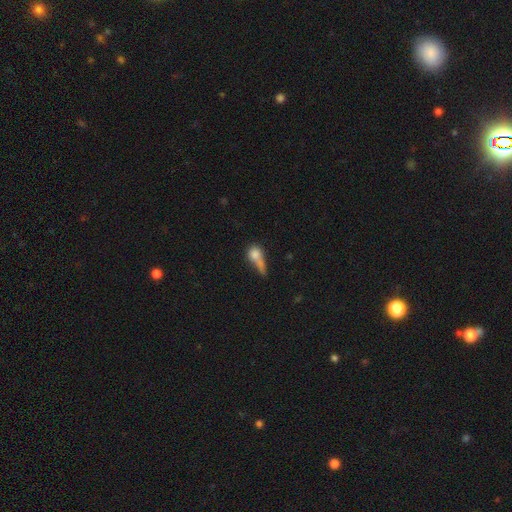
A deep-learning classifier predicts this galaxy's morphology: smooth 71%, featured or disk 18%, star or artifact 11%. Down the decision tree: how rounded — round (49%); merging — merger (32%).